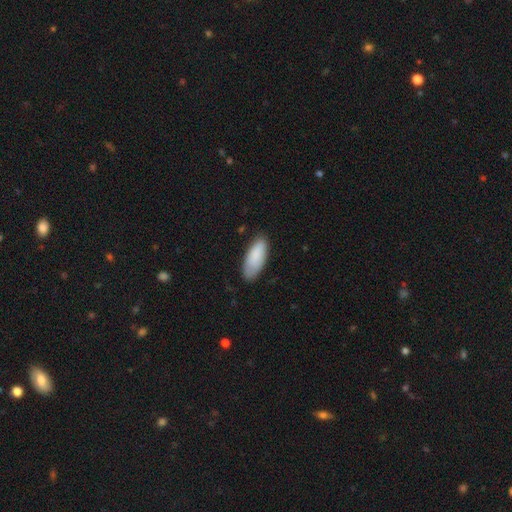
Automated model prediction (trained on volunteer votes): This appears to be a smooth galaxy with no disk features (86%) that is in between round and cigar-shaped (80%). Merging: none (74%).